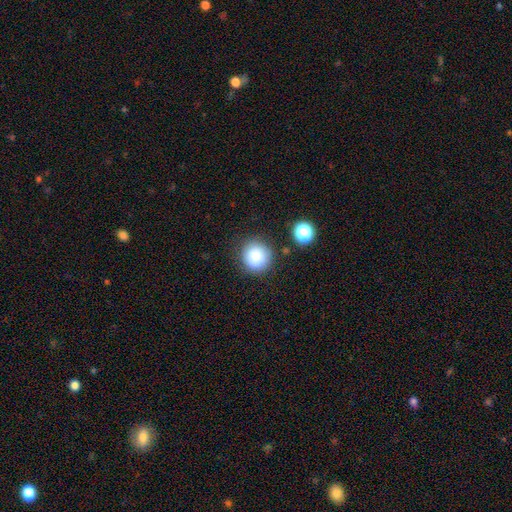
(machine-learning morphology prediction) Overall: smooth (82%). How rounded: round (94%). Merging: none (84%).